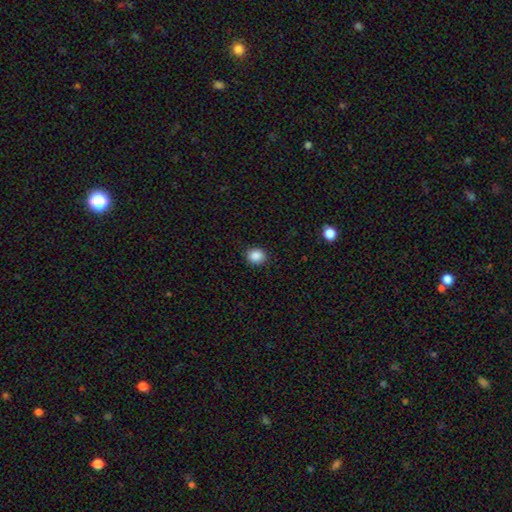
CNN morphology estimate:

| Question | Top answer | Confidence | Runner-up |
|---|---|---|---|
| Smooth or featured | smooth | 88% | star or artifact (9%) |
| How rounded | round | 71% | in between (28%) |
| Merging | none | 89% | minor disturbance (8%) |